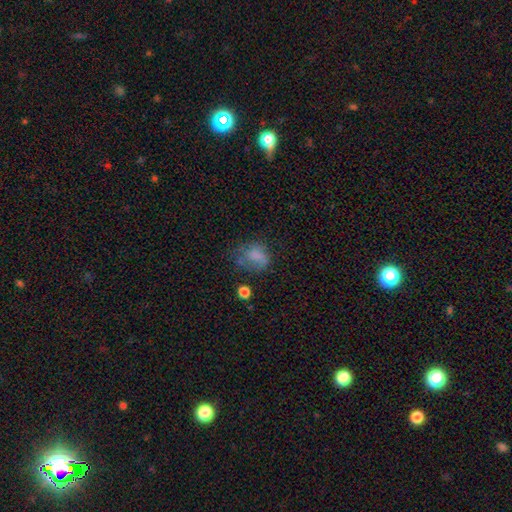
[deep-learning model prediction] smooth-or-featured: smooth: 67% | featured or disk: 19% | star or artifact: 14%
  how-rounded: in between: 57% | round: 41% | cigar-shaped: 1%
  merging: none: 38% | major disturbance: 29% | minor disturbance: 29% | merger: 5%